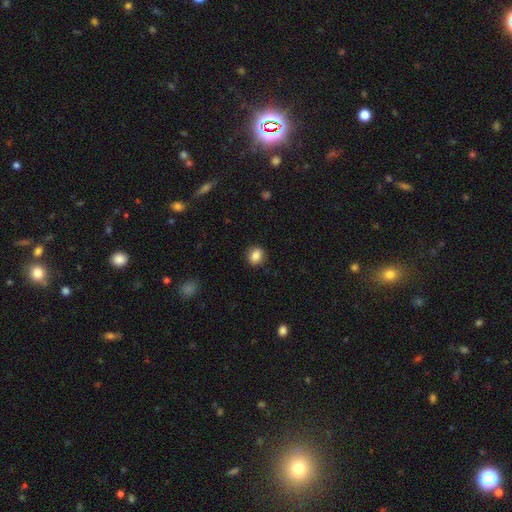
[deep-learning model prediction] The model was most divided on "how rounded": round: 65%, in between: 34%, cigar-shaped: 1%. More confident: merging — none (89%); smooth or featured — smooth (85%).